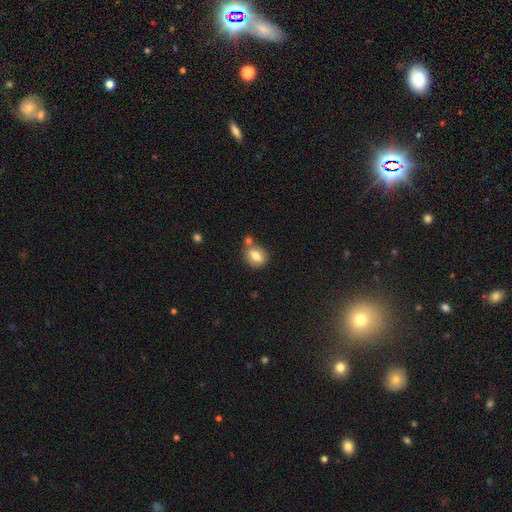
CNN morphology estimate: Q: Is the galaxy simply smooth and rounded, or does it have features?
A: smooth — 78%.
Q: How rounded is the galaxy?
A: in between — 56%.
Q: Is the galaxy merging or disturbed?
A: none — 59%.